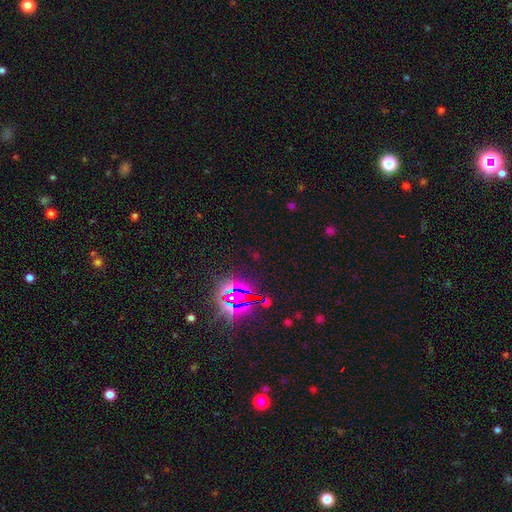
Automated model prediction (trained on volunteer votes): Smooth or featured? star or artifact (76%)